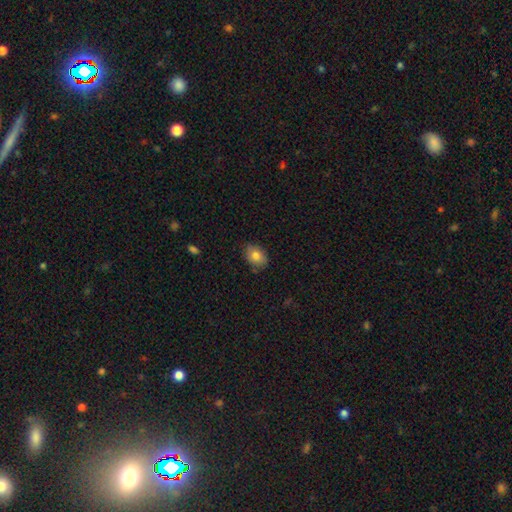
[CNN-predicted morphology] Smooth or featured? Predicted: smooth (p=0.80). How rounded? Predicted: in between (p=0.72). Merging? Predicted: none (p=0.82).